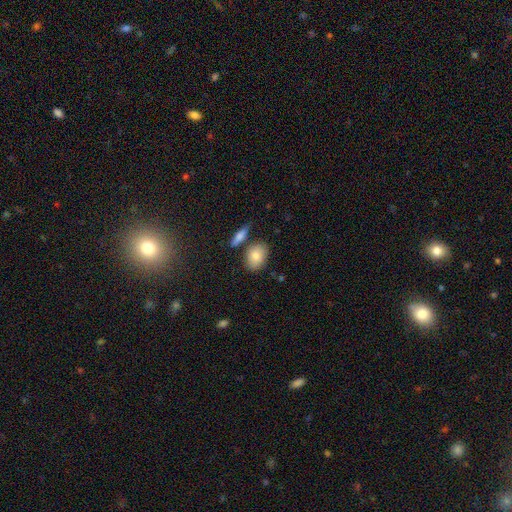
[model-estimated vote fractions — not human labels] A smooth galaxy with no disk features (82%) that is in between round and cigar-shaped (78%).

Vote fractions:
- Smooth or featured? smooth: 82% / featured or disk: 11% / star or artifact: 7%
- How rounded? in between: 78% / round: 20% / cigar-shaped: 2%
- Merging? none: 71% / minor disturbance: 13% / merger: 13% / major disturbance: 3%